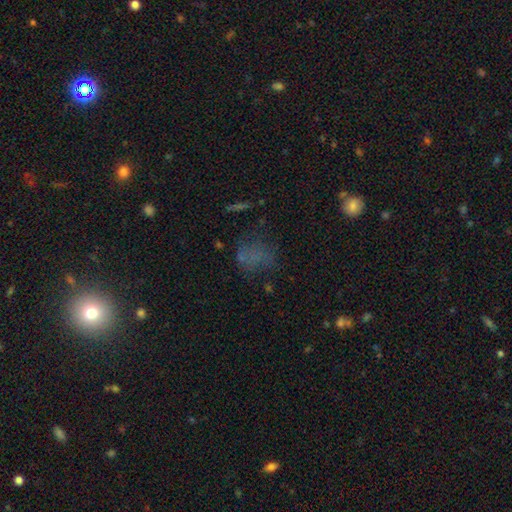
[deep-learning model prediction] smooth_or_featured: smooth (p=0.51) [alt: star or artifact p=0.27]
how_rounded: in between (p=0.52) [alt: round p=0.45]
merging: none (p=0.50) [alt: major disturbance p=0.24]